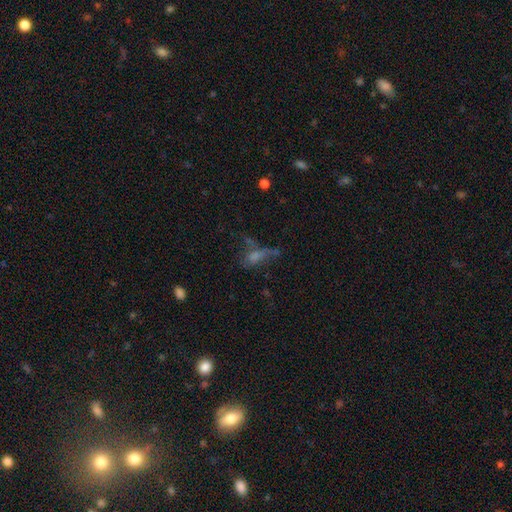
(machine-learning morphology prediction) type=smooth (51%); roundness=in between (66%); merging=major disturbance (35%).